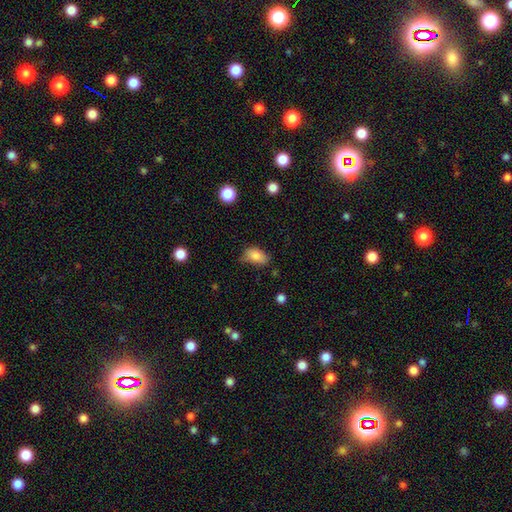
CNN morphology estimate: smooth 83%, featured or disk 8%, star or artifact 8%. Down the decision tree: how rounded — in between (90%); merging — none (60%).